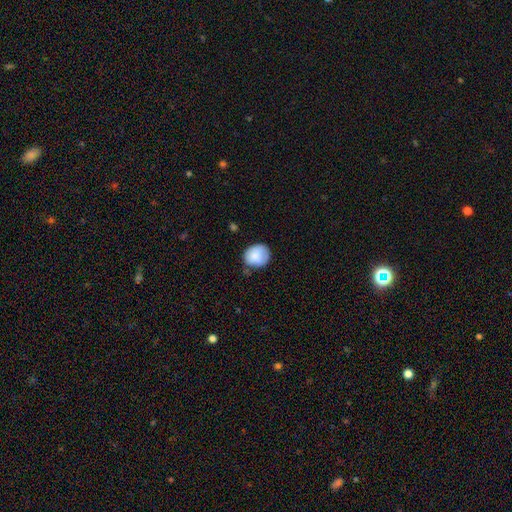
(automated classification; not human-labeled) smooth_or_featured: smooth (p=0.83) [alt: featured or disk p=0.10]
how_rounded: round (p=0.66) [alt: in between p=0.33]
merging: none (p=0.58) [alt: minor disturbance p=0.32]